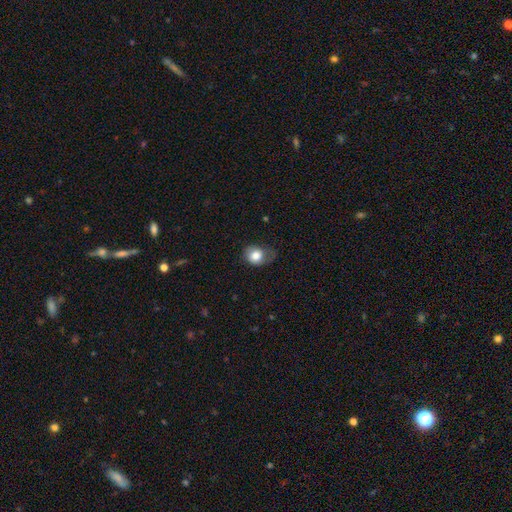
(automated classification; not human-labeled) Smooth or featured: smooth — 79% (featured or disk — 12%)
How rounded: round — 57% (in between — 43%)
Merging: none — 42% (minor disturbance — 34%)